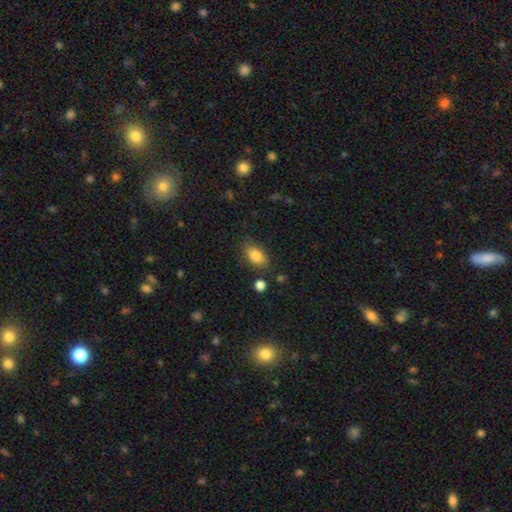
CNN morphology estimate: Smooth or featured: smooth — 84% (star or artifact — 8%)
How rounded: in between — 86% (round — 12%)
Merging: none — 76% (minor disturbance — 16%)